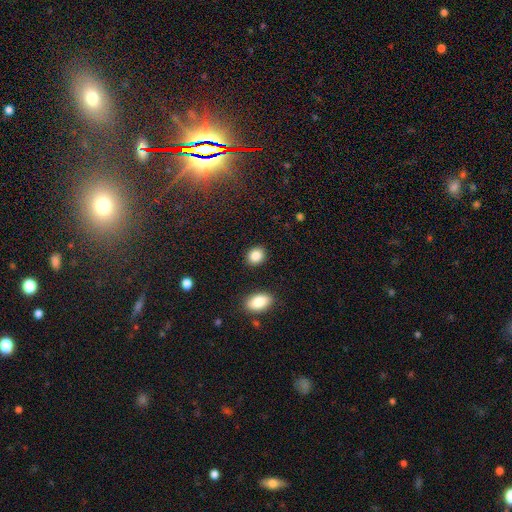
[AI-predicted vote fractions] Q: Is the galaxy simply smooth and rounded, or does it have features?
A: smooth — 87%.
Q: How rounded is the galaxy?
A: round — 55%.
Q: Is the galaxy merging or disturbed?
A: none — 88%.